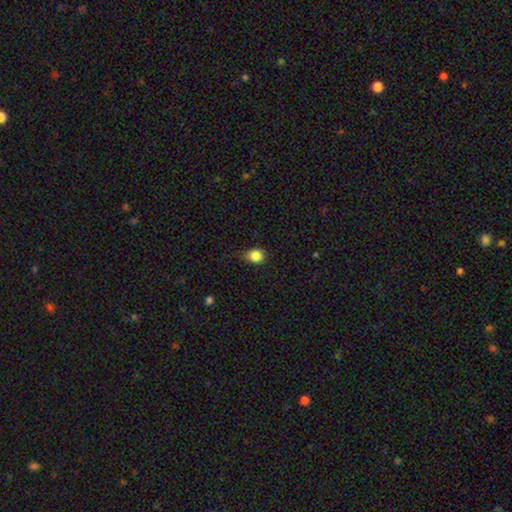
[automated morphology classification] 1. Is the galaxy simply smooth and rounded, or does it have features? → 84% smooth, 11% star or artifact, 5% featured or disk.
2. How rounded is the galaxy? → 70% round, 29% in between, 1% cigar-shaped.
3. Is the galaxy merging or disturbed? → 71% none, 23% minor disturbance, 4% major disturbance, 1% merger.